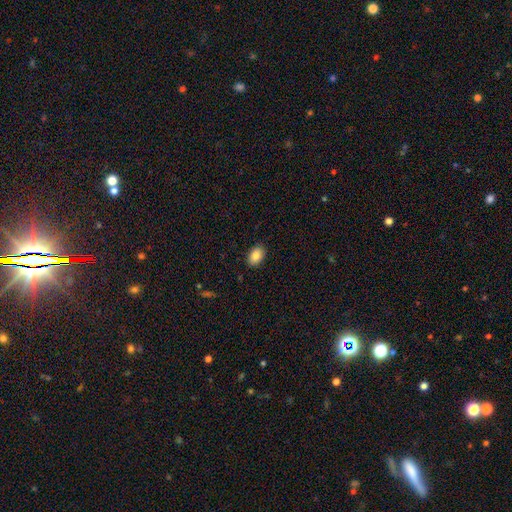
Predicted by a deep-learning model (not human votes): A smooth galaxy with no disk features (85%) that is in between round and cigar-shaped (87%). Merging: none (88%).